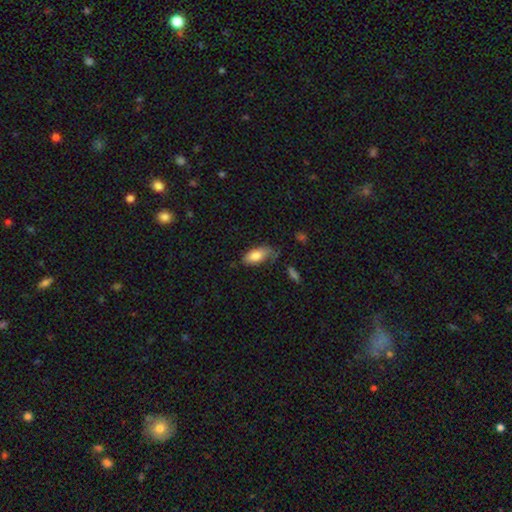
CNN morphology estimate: type=smooth (79%); roundness=in between (89%); merging=none (53%).